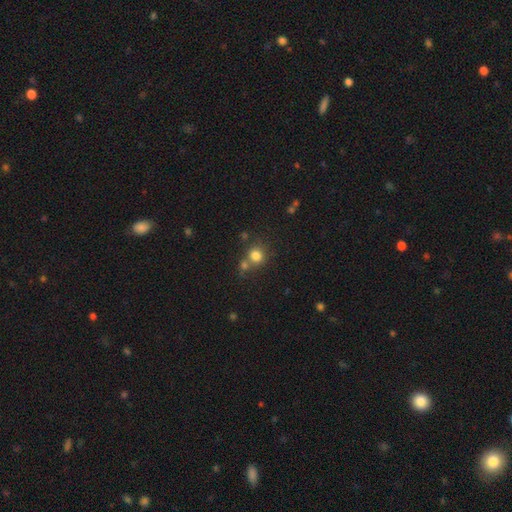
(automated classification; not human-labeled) A smooth galaxy with no disk features (79%) that is round (84%). Merging: none (55%).